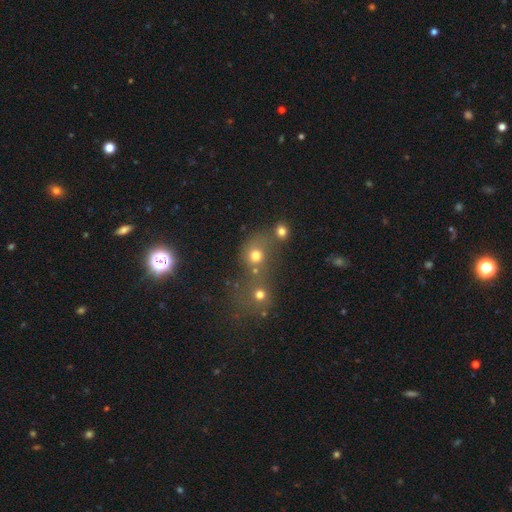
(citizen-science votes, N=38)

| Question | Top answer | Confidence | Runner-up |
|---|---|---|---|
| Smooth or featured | smooth | 84% | featured or disk (8%) |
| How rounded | round | 84% | in between (16%) |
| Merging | none | 40% | merger (34%) |